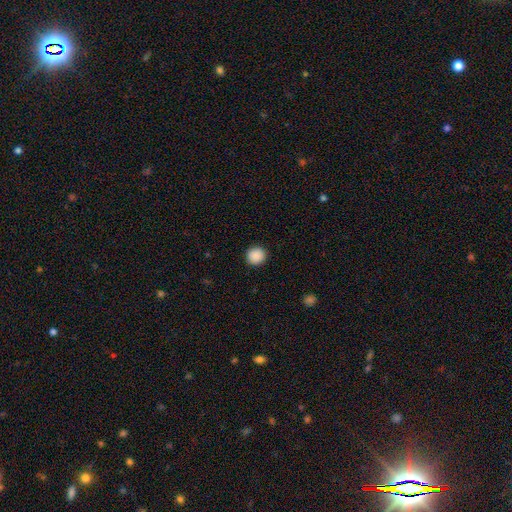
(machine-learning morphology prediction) Overall: smooth (89%). How rounded: round (92%). Merging: none (92%).